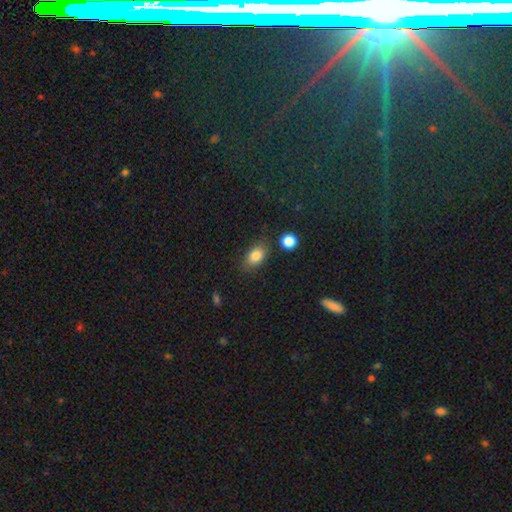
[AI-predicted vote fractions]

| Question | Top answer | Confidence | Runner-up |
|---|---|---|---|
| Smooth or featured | smooth | 83% | star or artifact (9%) |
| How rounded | in between | 84% | round (14%) |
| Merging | none | 75% | minor disturbance (15%) |